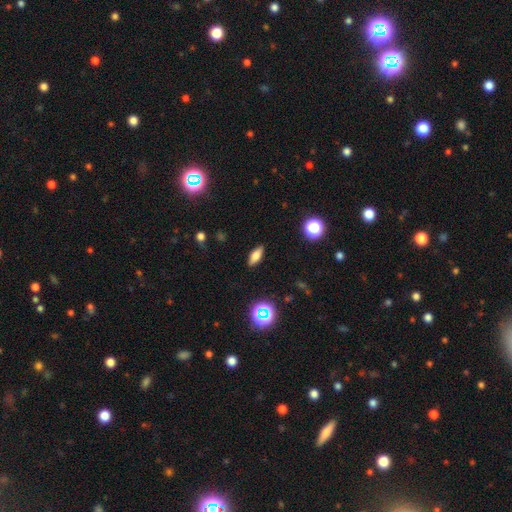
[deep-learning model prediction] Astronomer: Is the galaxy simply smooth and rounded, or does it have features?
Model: smooth — 70%.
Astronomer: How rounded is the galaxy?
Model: in between — 71%.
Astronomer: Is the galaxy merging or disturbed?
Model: none — 88%.